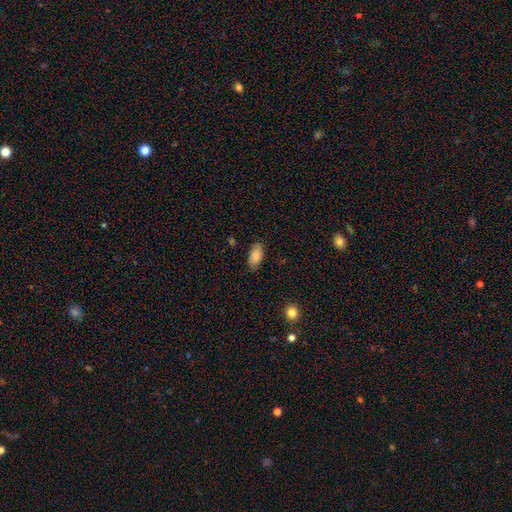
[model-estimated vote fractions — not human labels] Overall: smooth (84%). How rounded: in between (93%). Merging: none (83%).